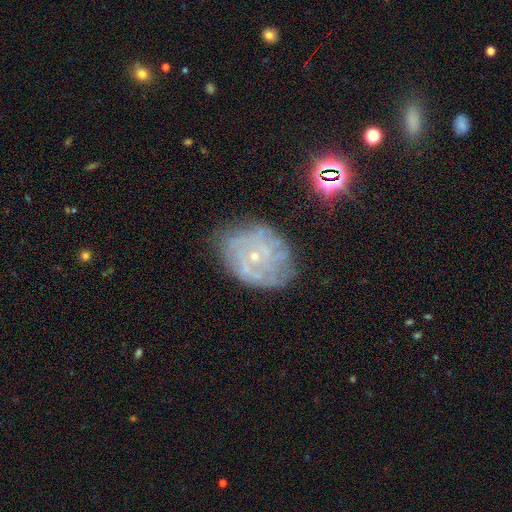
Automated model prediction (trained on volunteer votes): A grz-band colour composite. It shows a featured or disk galaxy (71%) with no bar (83%), spiral arms (70%) and a small central bulge (80%). Merging: none (64%).